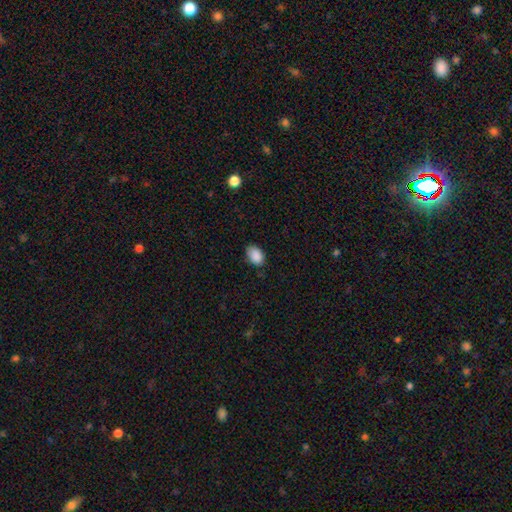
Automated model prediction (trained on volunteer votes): Smooth or featured? smooth (89%)
How rounded? in between (83%)
Merging? none (77%)